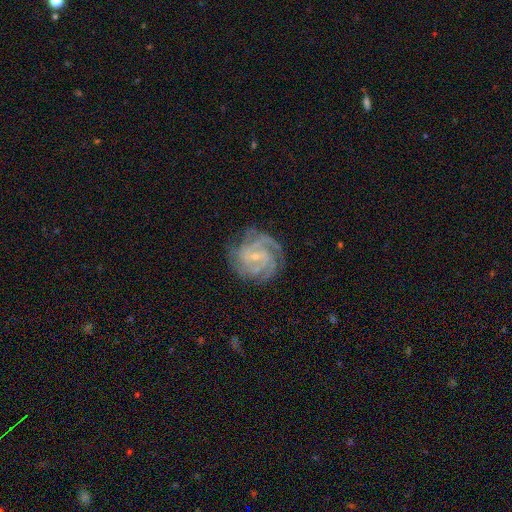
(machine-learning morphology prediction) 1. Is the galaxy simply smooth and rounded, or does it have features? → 90% featured or disk, 5% star or artifact, 5% smooth.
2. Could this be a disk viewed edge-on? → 98% no, 2% yes.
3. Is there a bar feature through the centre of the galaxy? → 49% no, 39% weak, 12% strong.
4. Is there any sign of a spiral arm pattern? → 98% yes, 2% no.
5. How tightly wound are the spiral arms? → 68% tight, 28% medium, 4% loose.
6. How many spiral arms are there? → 36% 3, 27% 4, 12% can't tell, 12% 2, 7% more than 4, 6% 1.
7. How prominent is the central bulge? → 77% small, 18% moderate, 3% none, 1% large, 1% dominant.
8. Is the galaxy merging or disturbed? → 78% none, 16% minor disturbance, 5% major disturbance, 1% merger.